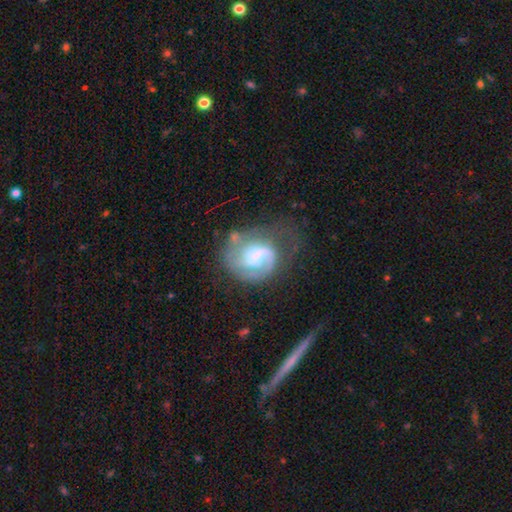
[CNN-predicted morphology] Q: Smooth or featured?
A: featured or disk (76%); runner-up: smooth (17%)
Q: Edge-on disk?
A: no (98%); runner-up: yes (2%)
Q: Bar?
A: weak (48%); runner-up: no (41%)
Q: Spiral arms?
A: yes (90%); runner-up: no (10%)
Q: Spiral winding?
A: medium (43%); runner-up: tight (35%)
Q: Spiral arm count?
A: 2 (40%); runner-up: 1 (33%)
Q: Bulge size?
A: moderate (46%); runner-up: small (28%)
Q: Merging?
A: none (44%); runner-up: major disturbance (28%)